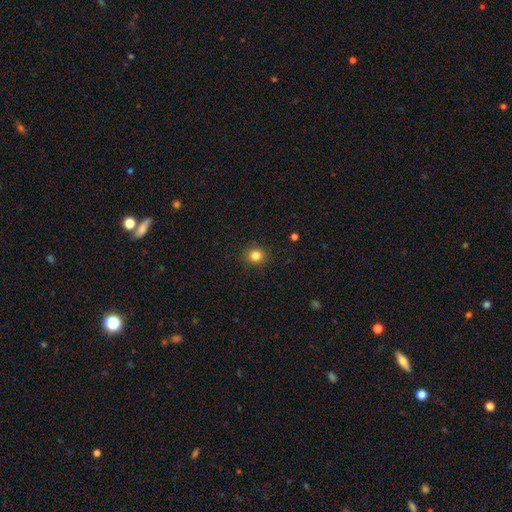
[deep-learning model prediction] A smooth galaxy with no disk features (83%) that is round (87%). Merging: none (91%).